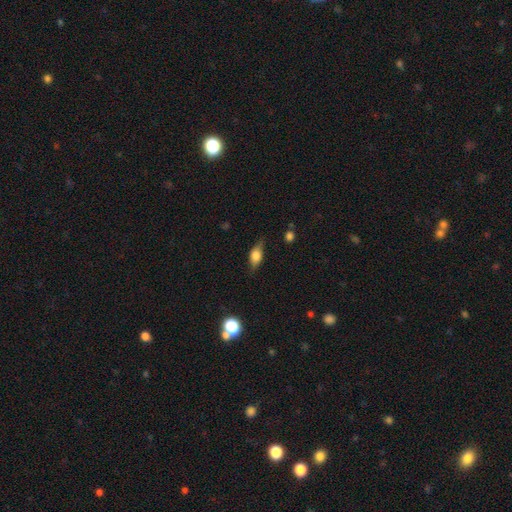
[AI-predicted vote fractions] Smooth or featured: smooth — 62% (featured or disk — 29%)
How rounded: in between — 76% (cigar-shaped — 12%)
Merging: none — 70% (minor disturbance — 22%)